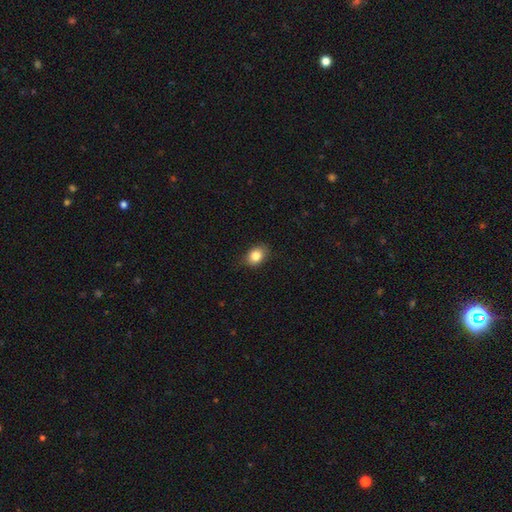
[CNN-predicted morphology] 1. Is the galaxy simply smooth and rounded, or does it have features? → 83% smooth, 9% star or artifact, 8% featured or disk.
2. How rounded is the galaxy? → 66% in between, 33% round, 1% cigar-shaped.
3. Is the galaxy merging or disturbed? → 82% none, 14% minor disturbance, 3% major disturbance, 1% merger.